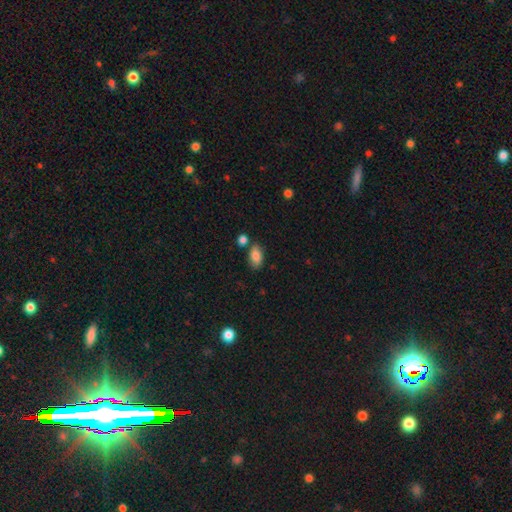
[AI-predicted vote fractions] smooth_or_featured: smooth (p=0.86) [alt: star or artifact p=0.08]
how_rounded: in between (p=0.92) [alt: round p=0.06]
merging: none (p=0.73) [alt: minor disturbance p=0.13]